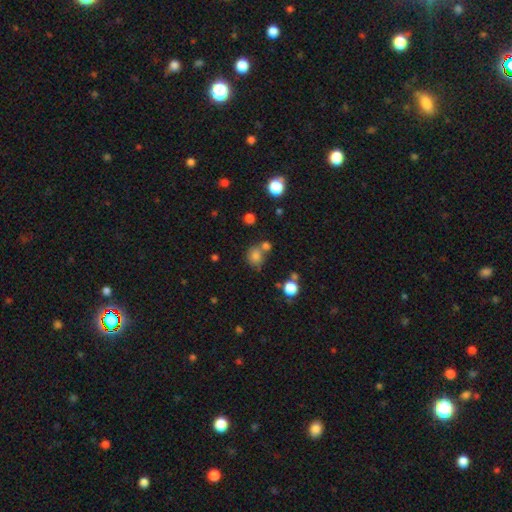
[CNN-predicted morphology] A smooth galaxy with no disk features (77%) that is round (75%). Merging: none (54%).